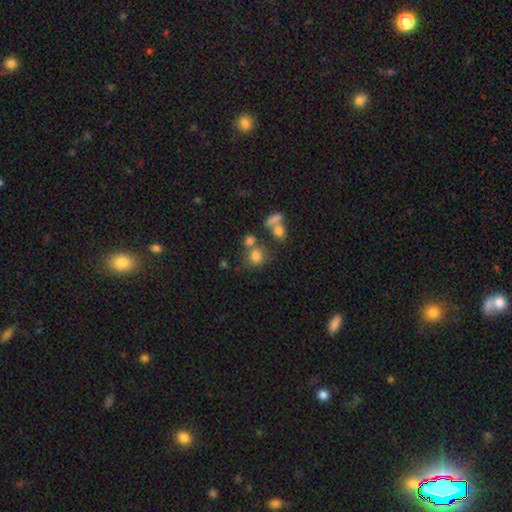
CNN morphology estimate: smooth_or_featured: smooth (p=0.75) [alt: star or artifact p=0.14]
how_rounded: round (p=0.76) [alt: in between p=0.22]
merging: none (p=0.54) [alt: merger p=0.27]